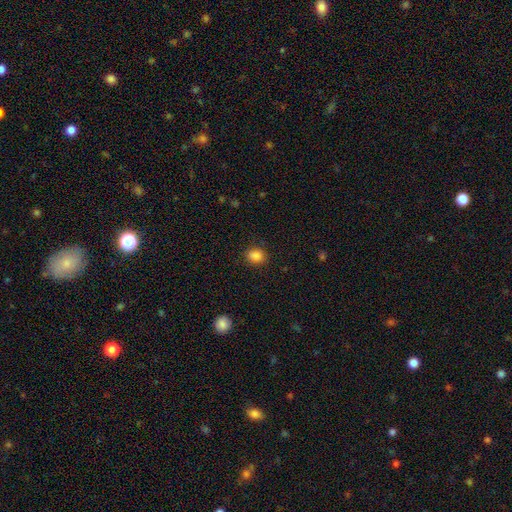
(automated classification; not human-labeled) This appears to be a smooth galaxy with no disk features (85%) that is round (60%). Merging: none (85%).